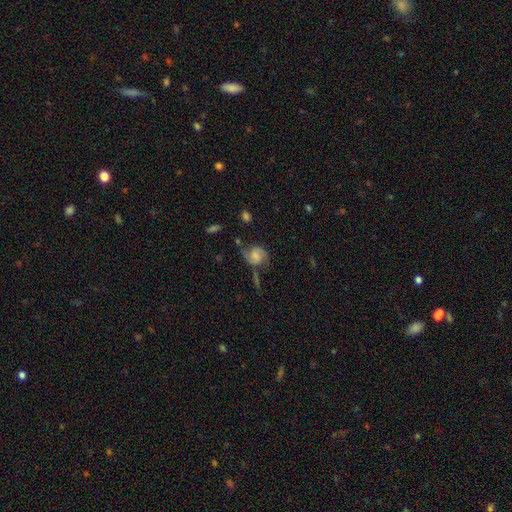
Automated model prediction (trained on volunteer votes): Overall: featured or disk (65%; smooth 26%). Edge-on disk: no (97%). Bar: no (56%; weak 36%). Spiral arms: yes (91%). Spiral arm count: 2 (87%). Spiral winding: medium (46%; loose 34%). Bulge size: small (34%; moderate 30%). Merging: none (53%; minor disturbance 23%).